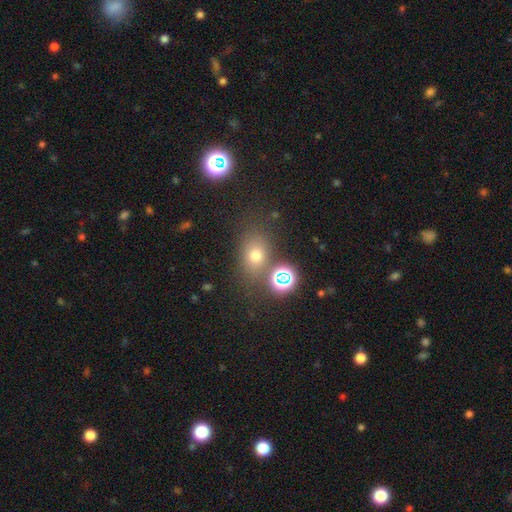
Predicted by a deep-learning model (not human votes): This is likely a smooth galaxy (65%). How rounded: possibly in between (55%). Merging: likely none (71%).